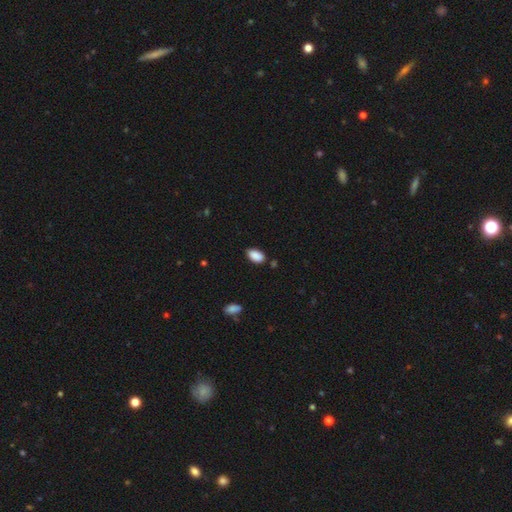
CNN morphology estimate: A smooth galaxy with no disk features (89%) that is in between round and cigar-shaped (93%). Merging: none (82%).